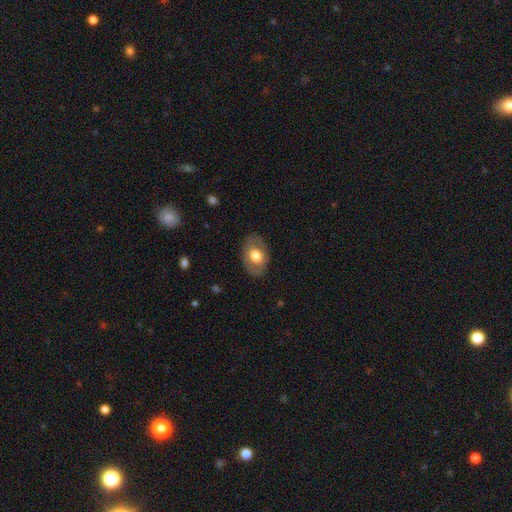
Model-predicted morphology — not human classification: Q: Smooth or featured?
A: smooth (64%); runner-up: featured or disk (30%)
Q: How rounded?
A: in between (82%); runner-up: round (17%)
Q: Merging?
A: none (83%); runner-up: minor disturbance (12%)